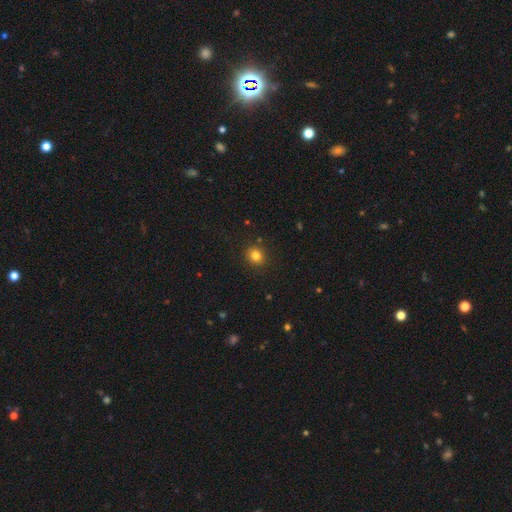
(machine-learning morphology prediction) smooth-or-featured: smooth: 81% | star or artifact: 13% | featured or disk: 6%
  how-rounded: round: 82% | in between: 17% | cigar-shaped: 1%
  merging: none: 90% | minor disturbance: 7% | major disturbance: 2% | merger: 1%